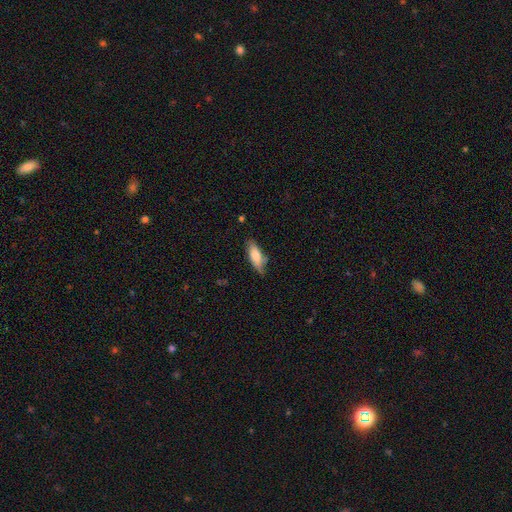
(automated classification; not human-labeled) Smooth or featured? Predicted: smooth (p=0.77). How rounded? Predicted: in between (p=0.66). Merging? Predicted: none (p=0.66).